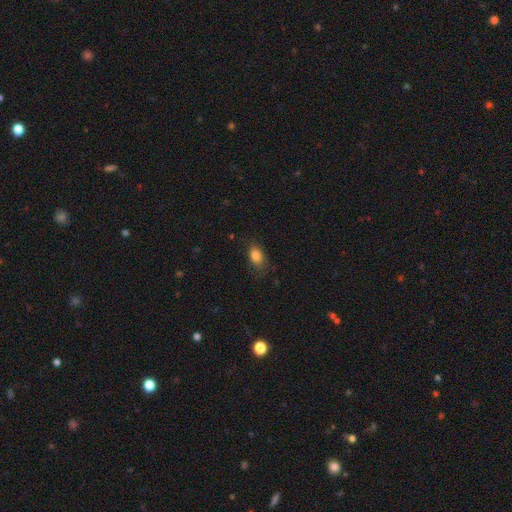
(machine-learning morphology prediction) Smooth or featured: smooth — 83% (star or artifact — 9%)
How rounded: in between — 85% (round — 12%)
Merging: none — 74% (minor disturbance — 20%)